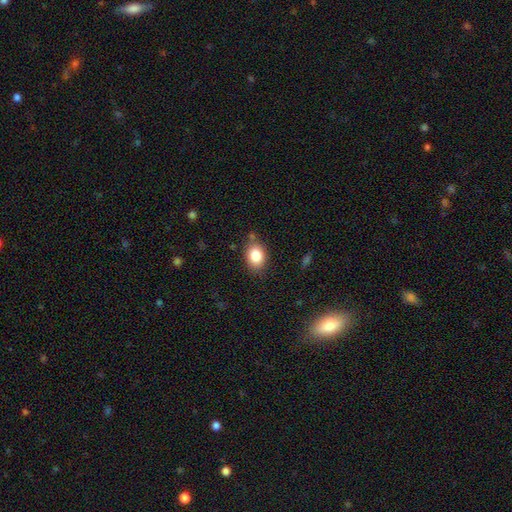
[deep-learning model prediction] This appears to be a smooth galaxy with no disk features (85%) that is in between round and cigar-shaped (68%). Merging: none (78%).